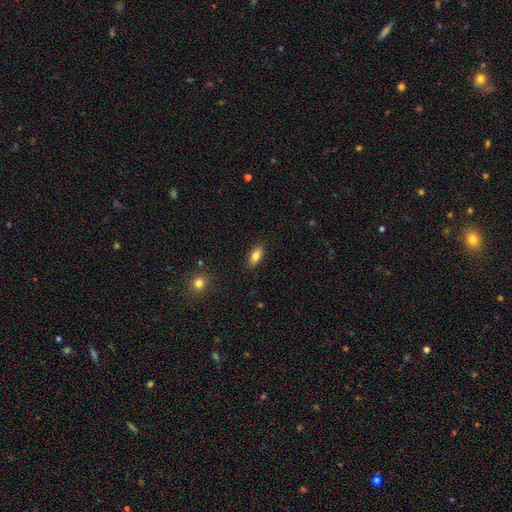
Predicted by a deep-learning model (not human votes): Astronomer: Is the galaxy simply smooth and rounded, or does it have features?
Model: smooth — 82%.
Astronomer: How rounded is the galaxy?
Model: in between — 88%.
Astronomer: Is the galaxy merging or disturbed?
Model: none — 88%.